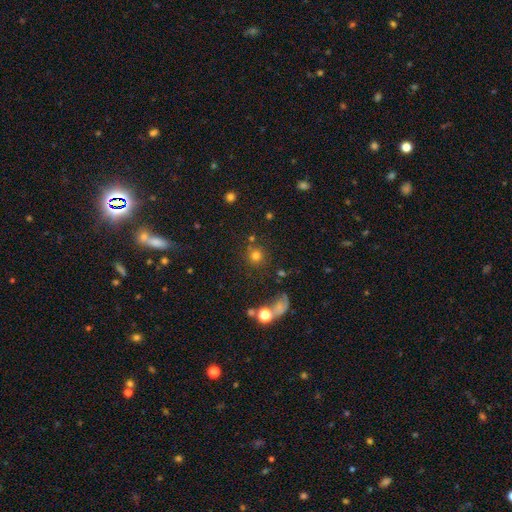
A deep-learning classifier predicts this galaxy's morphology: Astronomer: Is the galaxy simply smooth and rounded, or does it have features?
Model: smooth — 73%.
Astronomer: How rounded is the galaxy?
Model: round — 90%.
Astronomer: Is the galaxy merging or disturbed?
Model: none — 76%.